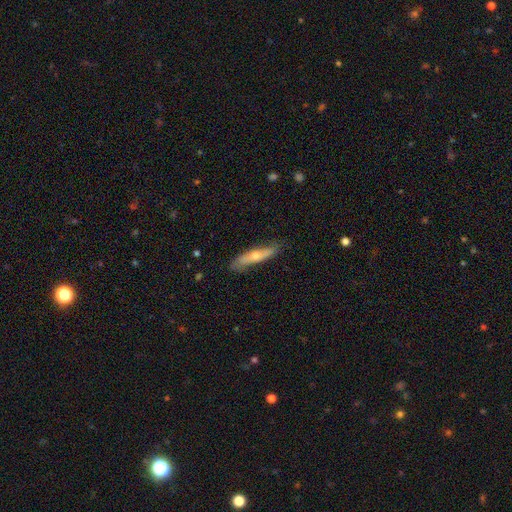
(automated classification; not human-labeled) smooth 50%, featured or disk 44%, star or artifact 6%. Down the decision tree: merging — none (78%).